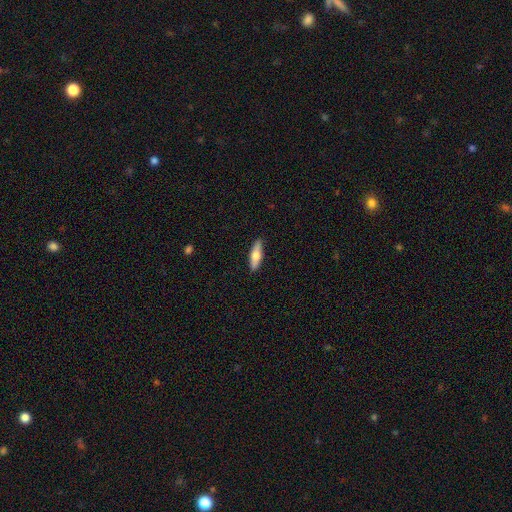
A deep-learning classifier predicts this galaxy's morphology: smooth-or-featured: smooth: 58% | featured or disk: 36% | star or artifact: 6%
  how-rounded: cigar-shaped: 57% | in between: 40% | round: 2%
  merging: none: 90% | minor disturbance: 7% | major disturbance: 2% | merger: 1%